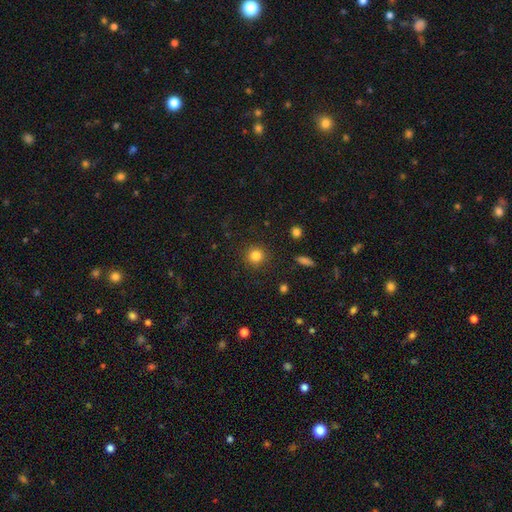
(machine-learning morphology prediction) Smooth or featured? Predicted: smooth (p=0.83). How rounded? Predicted: round (p=0.92). Merging? Predicted: none (p=0.90).